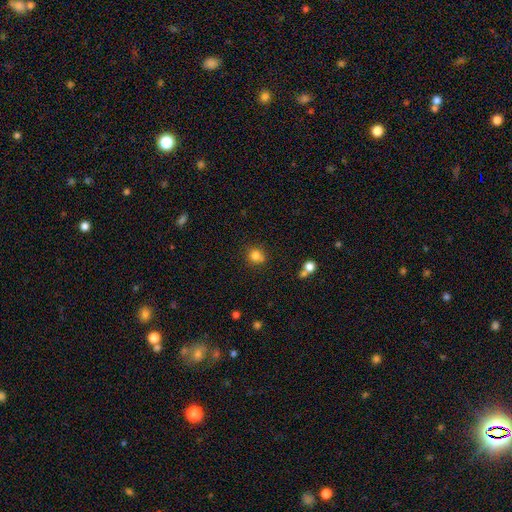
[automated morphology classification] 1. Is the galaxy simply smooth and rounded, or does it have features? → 80% smooth, 12% star or artifact, 8% featured or disk.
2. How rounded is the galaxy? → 85% round, 14% in between, 1% cigar-shaped.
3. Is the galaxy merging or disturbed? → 68% none, 15% merger, 13% minor disturbance, 4% major disturbance.